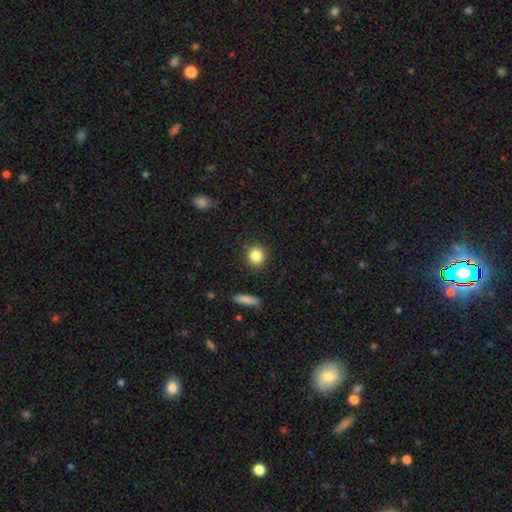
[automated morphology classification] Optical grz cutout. It shows a smooth galaxy with no disk features (85%) that is round (89%). Merging: none (89%).